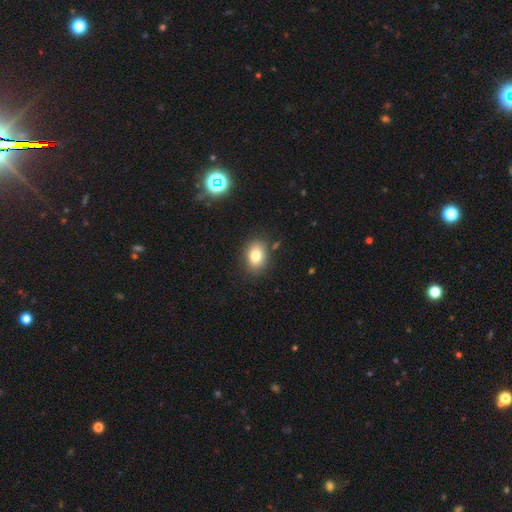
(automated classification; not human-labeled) Overall: smooth (80%). How rounded: in between (72%). Merging: none (83%).